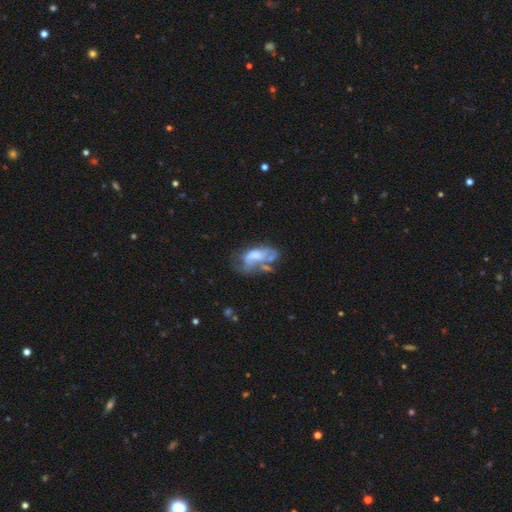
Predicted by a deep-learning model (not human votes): This is possibly a featured or disk galaxy (55%). It is clearly not viewed edge-on (96%). Bar: likely no (75%). Spiral arm pattern: likely no (64%). Central bulge: marginally moderate (33%). Merging: marginally major disturbance (38%).